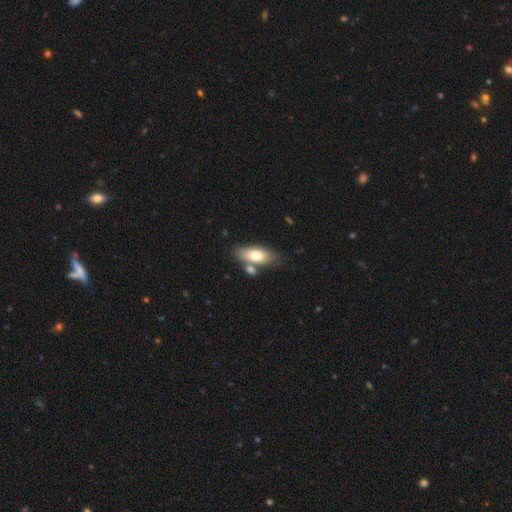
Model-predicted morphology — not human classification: Smooth or featured? smooth (72%)
How rounded? in between (78%)
Merging? none (63%)